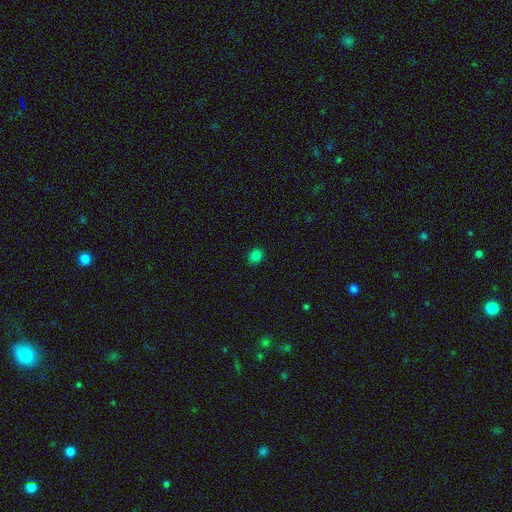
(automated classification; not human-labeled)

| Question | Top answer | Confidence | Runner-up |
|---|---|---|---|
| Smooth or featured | smooth | 82% | star or artifact (13%) |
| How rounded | round | 57% | in between (42%) |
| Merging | none | 90% | minor disturbance (8%) |